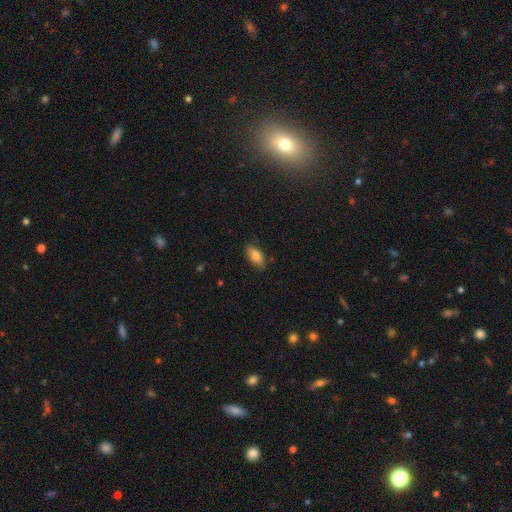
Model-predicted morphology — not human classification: This is clearly a smooth galaxy (81%). How rounded: clearly in between (88%). Merging: clearly none (84%).